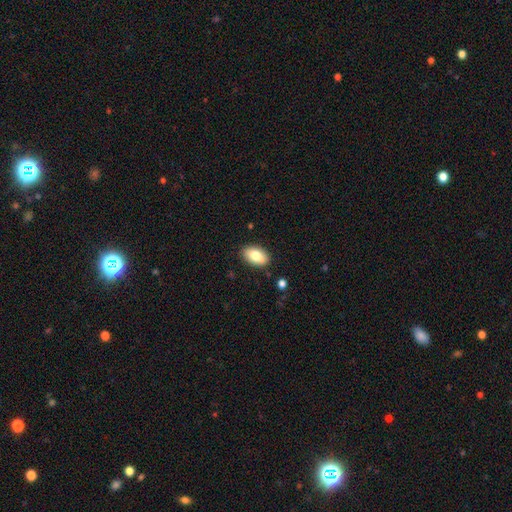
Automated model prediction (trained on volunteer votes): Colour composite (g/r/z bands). It shows a smooth galaxy with no disk features (81%) that is in between round and cigar-shaped (92%). Merging: none (87%).